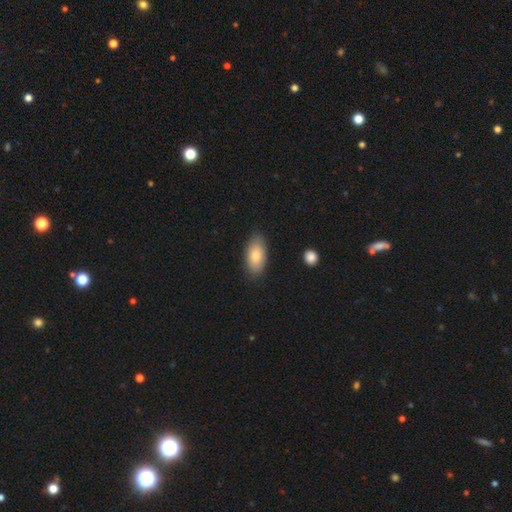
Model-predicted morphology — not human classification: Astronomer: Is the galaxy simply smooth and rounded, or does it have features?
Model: smooth — 79%.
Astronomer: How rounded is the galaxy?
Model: in between — 93%.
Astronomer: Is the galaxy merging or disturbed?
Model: none — 82%.